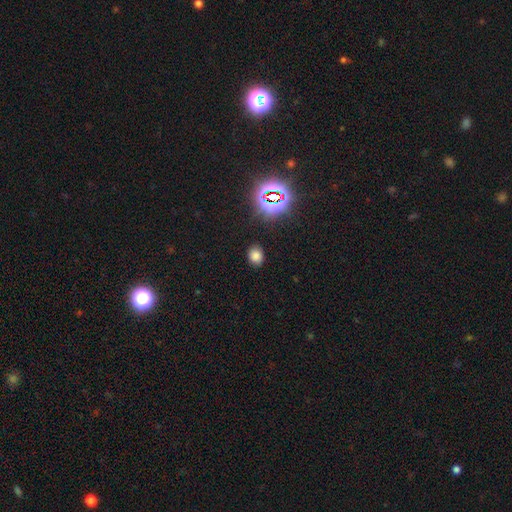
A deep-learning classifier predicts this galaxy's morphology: A smooth galaxy with no disk features (74%) that is in between round and cigar-shaped (54%).

Vote fractions:
- Smooth or featured? smooth: 74% / star or artifact: 21% / featured or disk: 6%
- How rounded? in between: 54% / round: 45% / cigar-shaped: 1%
- Merging? none: 86% / minor disturbance: 9% / major disturbance: 3% / merger: 1%